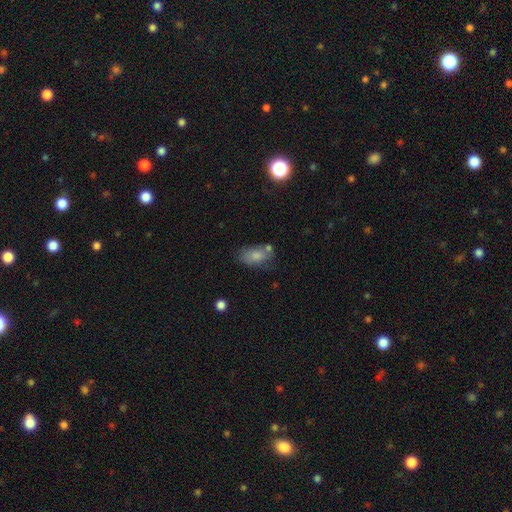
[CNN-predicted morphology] The model was most divided on "merging": none: 52%, minor disturbance: 23%, merger: 17%, major disturbance: 9%. More confident: how rounded — in between (90%); smooth or featured — smooth (78%).